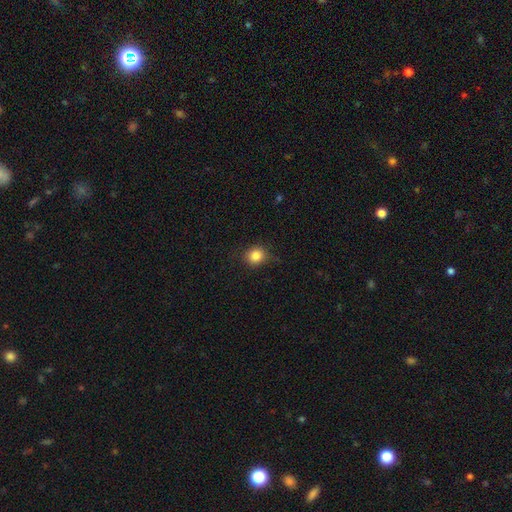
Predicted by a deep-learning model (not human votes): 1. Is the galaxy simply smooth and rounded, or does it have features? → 83% smooth, 11% star or artifact, 6% featured or disk.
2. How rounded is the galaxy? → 84% round, 15% in between, 1% cigar-shaped.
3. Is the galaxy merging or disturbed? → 83% none, 13% minor disturbance, 3% major disturbance, 1% merger.